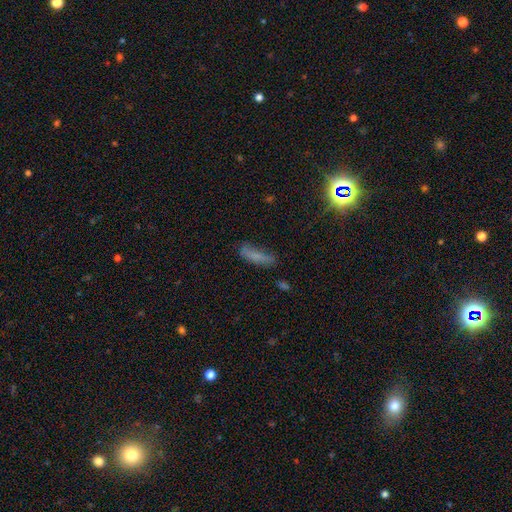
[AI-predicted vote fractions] This is likely a smooth galaxy (70%). How rounded: possibly cigar-shaped (57%). Merging: possibly none (54%).